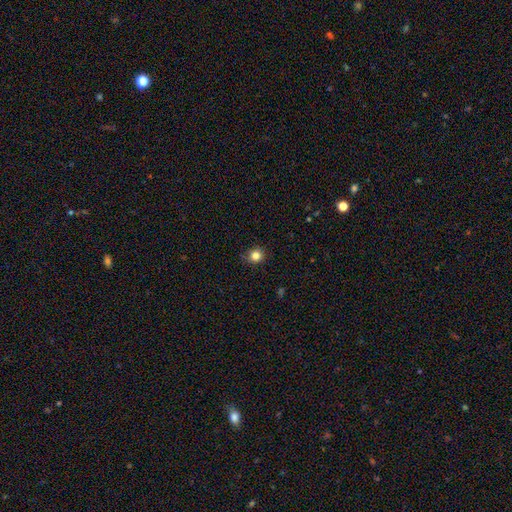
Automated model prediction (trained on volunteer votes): smooth_or_featured: smooth (p=0.83) [alt: star or artifact p=0.12]
how_rounded: round (p=0.89) [alt: in between p=0.10]
merging: none (p=0.87) [alt: minor disturbance p=0.10]